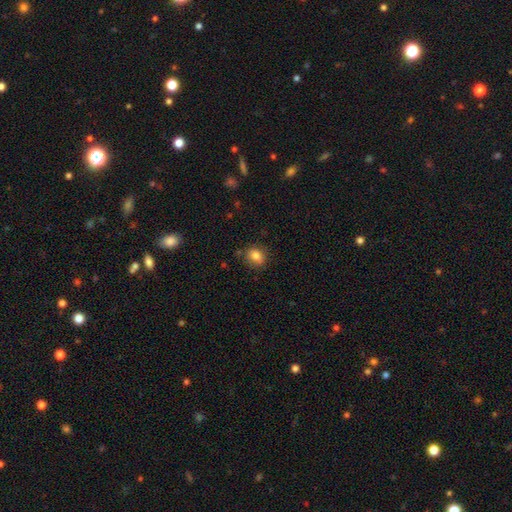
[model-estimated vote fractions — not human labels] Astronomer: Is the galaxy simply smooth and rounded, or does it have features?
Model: smooth — 83%.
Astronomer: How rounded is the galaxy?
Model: round — 63%.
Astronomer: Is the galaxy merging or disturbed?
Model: none — 80%.